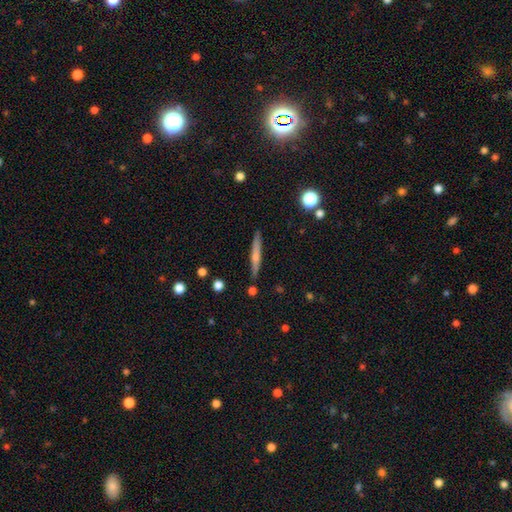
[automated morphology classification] Q: Smooth or featured?
A: featured or disk (48%); runner-up: smooth (45%)
Q: Merging?
A: none (87%); runner-up: minor disturbance (9%)